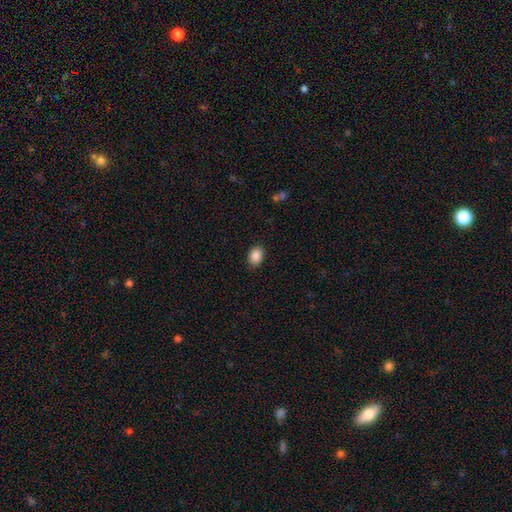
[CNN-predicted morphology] Smooth or featured? smooth (89%)
How rounded? in between (75%)
Merging? none (89%)